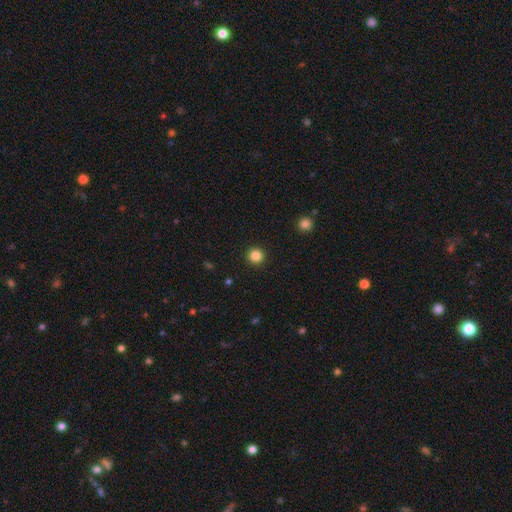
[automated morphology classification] This is clearly a smooth galaxy (85%). How rounded: clearly round (96%). Merging: clearly none (93%).